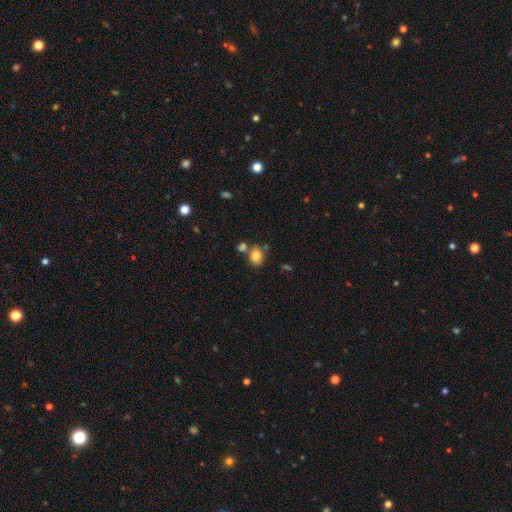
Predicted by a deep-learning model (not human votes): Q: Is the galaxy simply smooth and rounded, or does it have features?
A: smooth — 81%.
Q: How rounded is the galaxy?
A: in between — 55%.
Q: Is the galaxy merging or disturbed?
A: none — 61%.